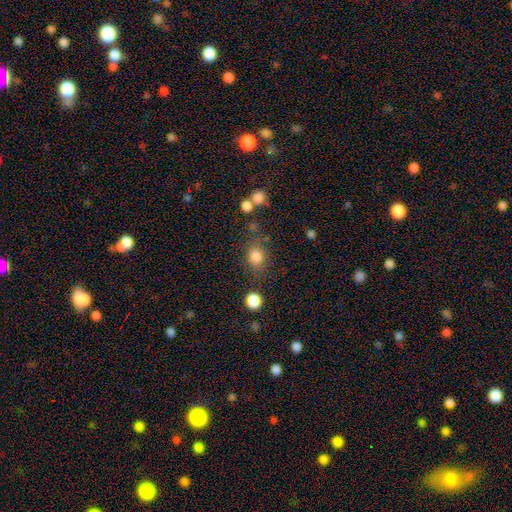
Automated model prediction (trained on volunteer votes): The model was most divided on "how rounded": round: 65%, in between: 34%, cigar-shaped: 1%. More confident: smooth or featured — smooth (82%); merging — none (71%).